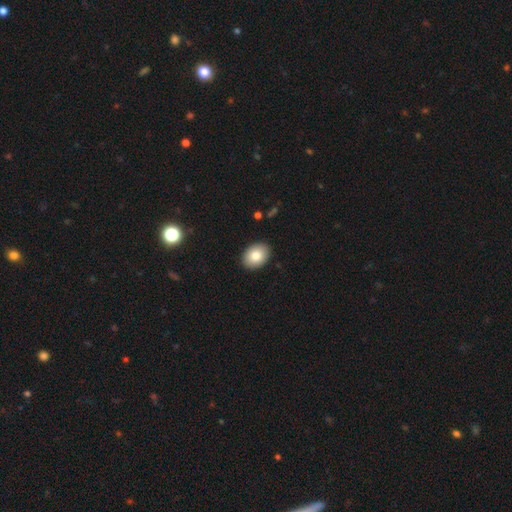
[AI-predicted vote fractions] This is clearly a smooth galaxy (82%). How rounded: likely in between (72%). Merging: clearly none (90%).